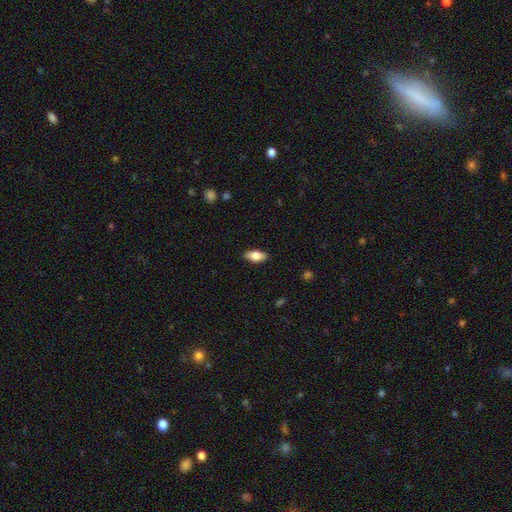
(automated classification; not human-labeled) The model was most divided on "smooth or featured": smooth: 75%, featured or disk: 18%, star or artifact: 7%. More confident: merging — none (87%); how rounded — in between (87%).